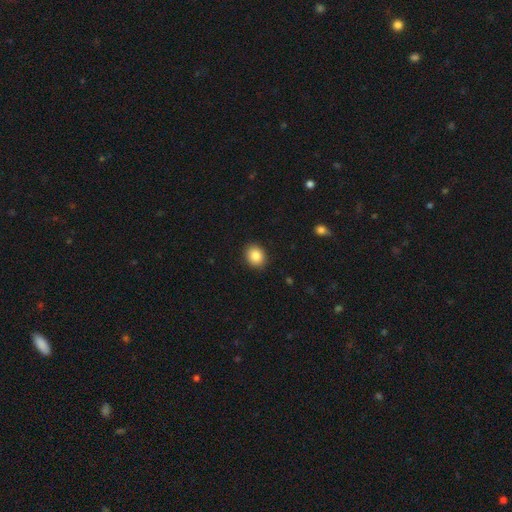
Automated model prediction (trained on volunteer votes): Smooth or featured? smooth (86%)
How rounded? round (62%)
Merging? none (90%)